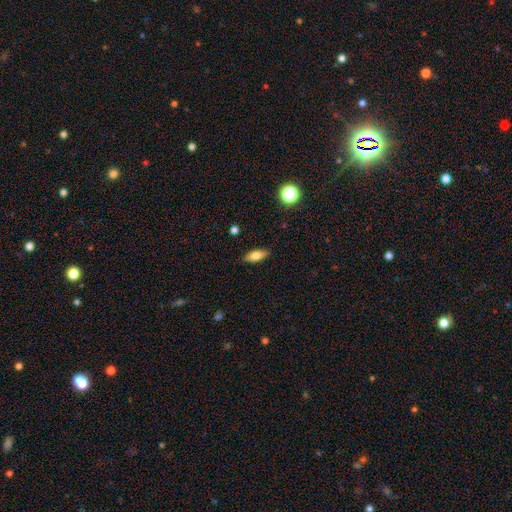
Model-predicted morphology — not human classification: A smooth galaxy with no disk features (76%) that is in between round and cigar-shaped (72%). Merging: none (87%).